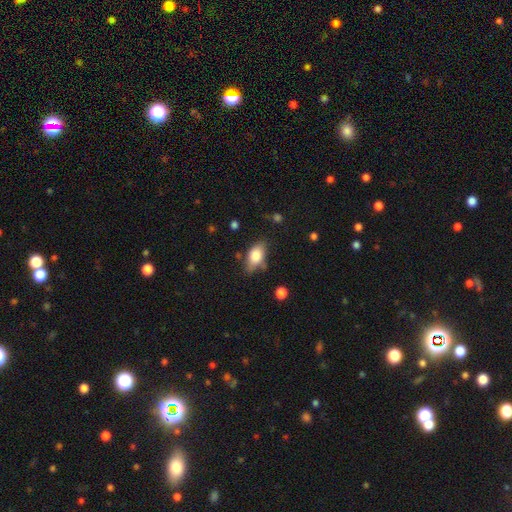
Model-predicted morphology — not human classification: Smooth or featured?
  - smooth: 78% *
  - featured or disk: 15%
  - star or artifact: 8%
How rounded?
  - in between: 87% *
  - round: 7%
  - cigar-shaped: 5%
Merging?
  - none: 69% *
  - minor disturbance: 22%
  - major disturbance: 5%
  - merger: 4%